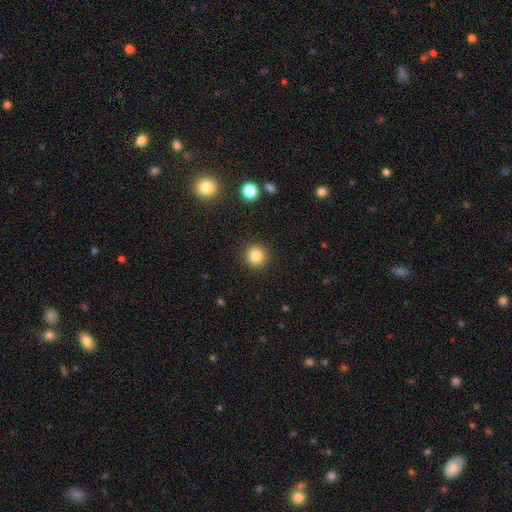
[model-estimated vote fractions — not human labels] This is clearly a smooth galaxy (84%). How rounded: clearly round (94%). Merging: clearly none (91%).